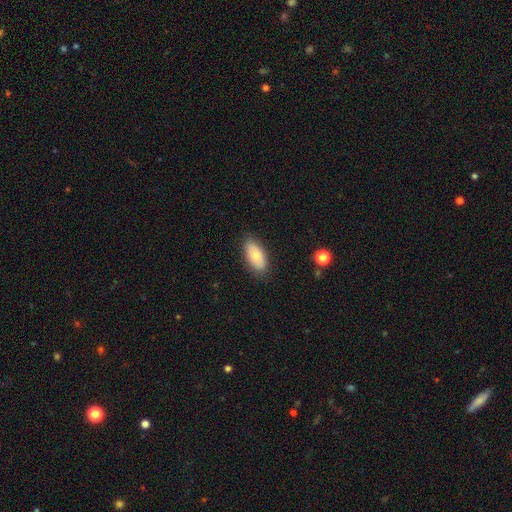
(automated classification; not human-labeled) Smooth or featured? Predicted: smooth (p=0.76). How rounded? Predicted: in between (p=0.91). Merging? Predicted: none (p=0.86).